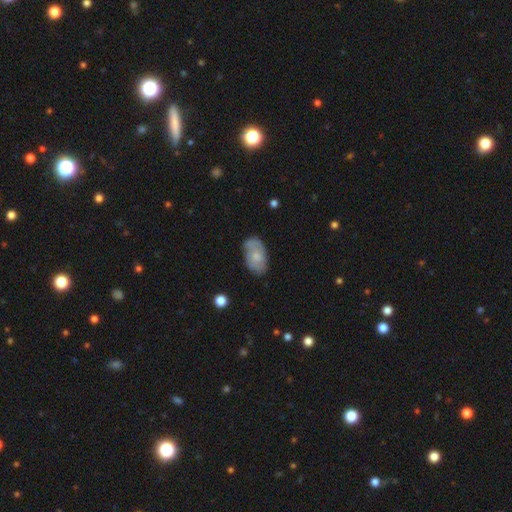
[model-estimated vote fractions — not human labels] smooth 61%, featured or disk 32%, star or artifact 7%. Down the decision tree: how rounded — in between (93%); merging — none (69%).